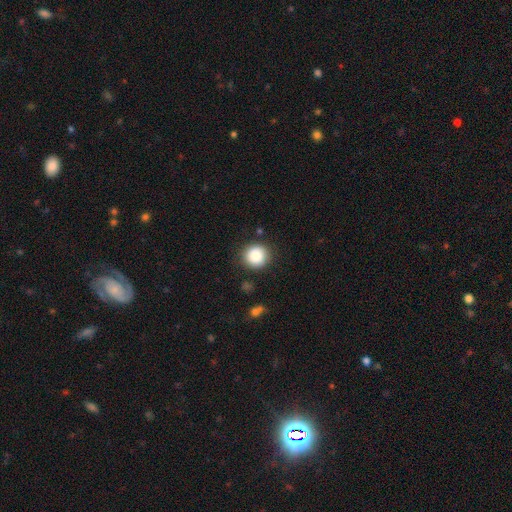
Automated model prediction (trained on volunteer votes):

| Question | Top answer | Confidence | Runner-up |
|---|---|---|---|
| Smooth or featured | smooth | 87% | star or artifact (9%) |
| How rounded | round | 92% | in between (7%) |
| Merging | none | 86% | minor disturbance (9%) |